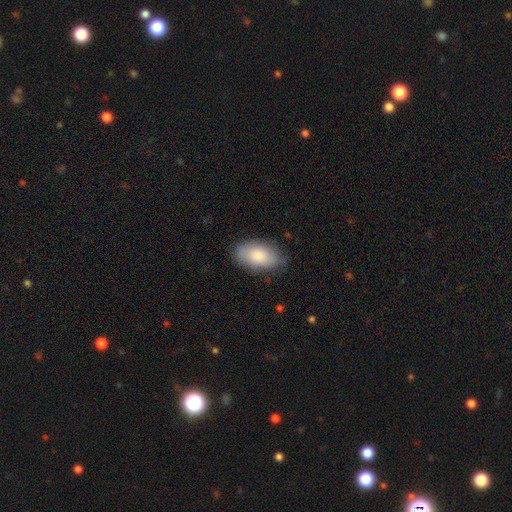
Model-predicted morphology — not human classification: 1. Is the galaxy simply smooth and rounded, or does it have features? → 82% smooth, 12% featured or disk, 6% star or artifact.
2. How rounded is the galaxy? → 94% in between, 4% round, 2% cigar-shaped.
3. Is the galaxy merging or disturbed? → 78% none, 17% minor disturbance, 4% major disturbance, 1% merger.